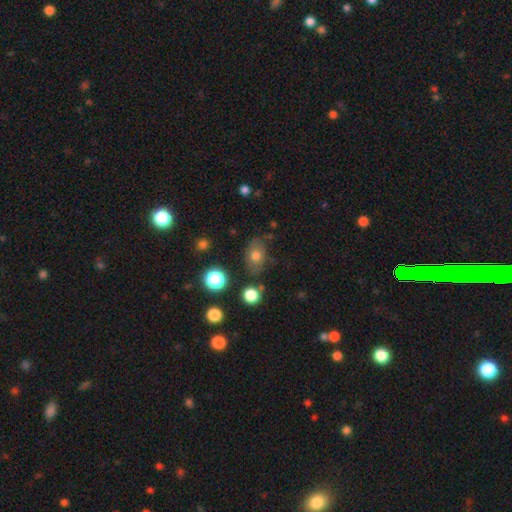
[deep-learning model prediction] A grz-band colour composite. It shows a smooth galaxy with no disk features (74%) that is in between round and cigar-shaped (74%). Merging: none (72%).